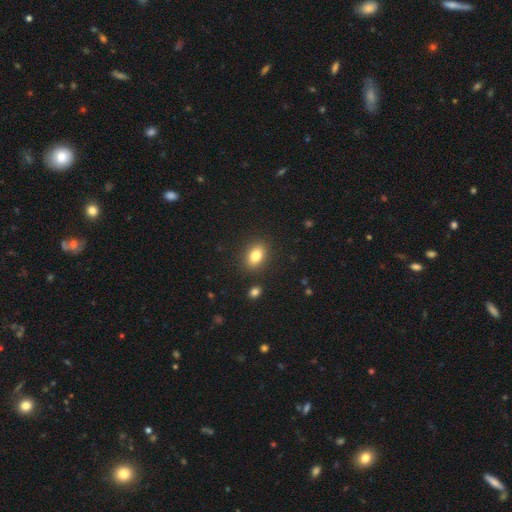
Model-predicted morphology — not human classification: Smooth or featured: smooth — 82% (star or artifact — 9%)
How rounded: in between — 81% (round — 17%)
Merging: none — 87% (minor disturbance — 8%)